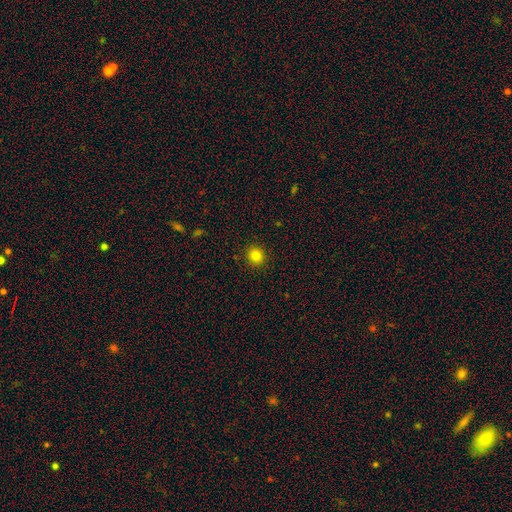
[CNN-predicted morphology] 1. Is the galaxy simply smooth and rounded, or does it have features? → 82% smooth, 13% star or artifact, 5% featured or disk.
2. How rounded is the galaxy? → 91% round, 8% in between, 1% cigar-shaped.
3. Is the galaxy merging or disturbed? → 92% none, 5% minor disturbance, 2% major disturbance, 1% merger.